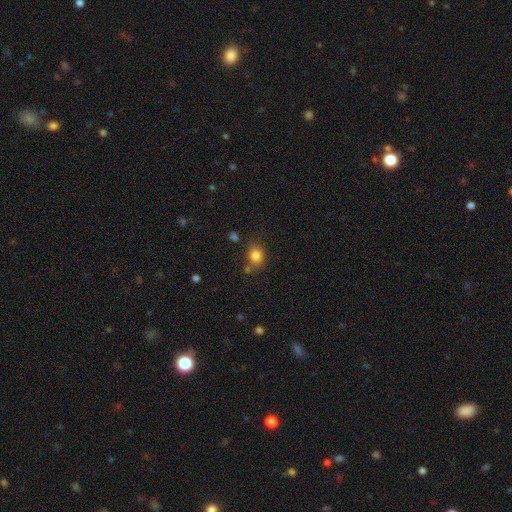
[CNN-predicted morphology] Smooth or featured? smooth (82%)
How rounded? round (64%)
Merging? none (73%)